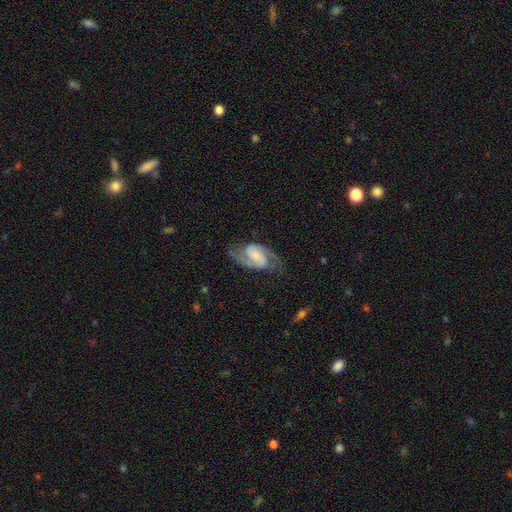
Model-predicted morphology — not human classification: A featured or disk galaxy (85%) with a weak bar (43%), 2 (92%) medium (55%) spiral arms (97%) and a small central bulge (41%). Merging: none (73%).